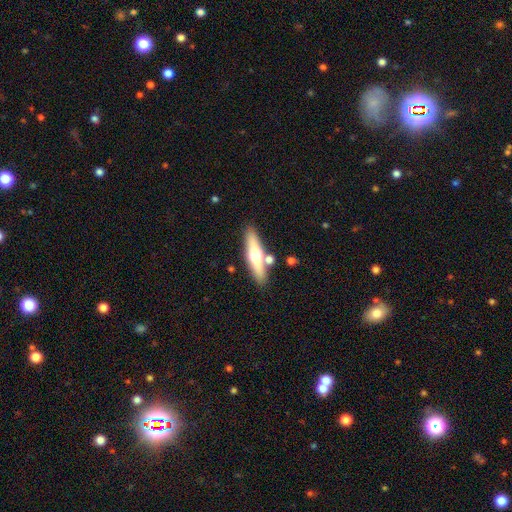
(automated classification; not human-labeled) featured or disk 48%, smooth 46%, star or artifact 6%. Down the decision tree: merging — none (79%).